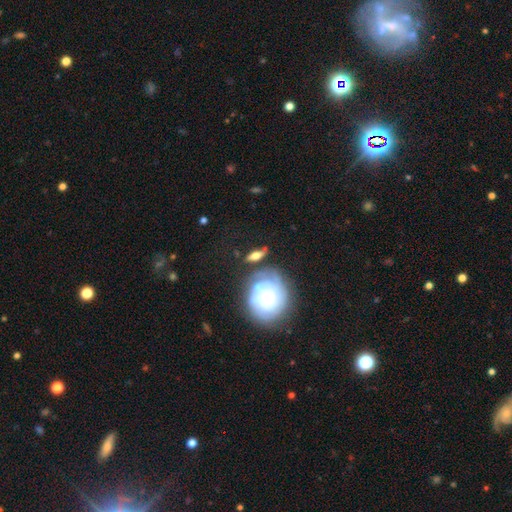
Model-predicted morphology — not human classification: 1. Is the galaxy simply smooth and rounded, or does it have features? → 47% smooth, 45% featured or disk, 9% star or artifact.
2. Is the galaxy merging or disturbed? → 59% none, 20% minor disturbance, 11% merger, 9% major disturbance.